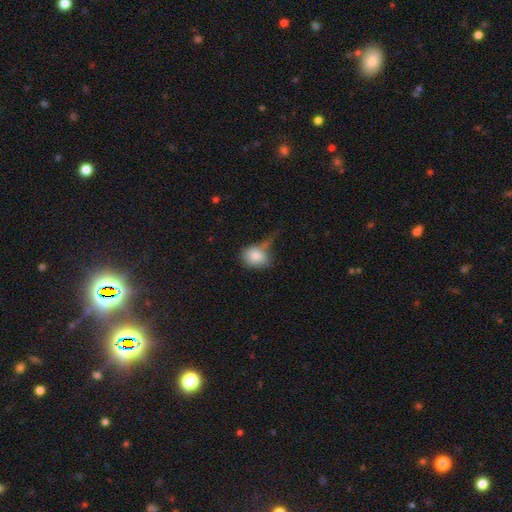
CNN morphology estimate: smooth_or_featured: smooth (p=0.79) [alt: featured or disk p=0.13]
how_rounded: in between (p=0.54) [alt: round p=0.45]
merging: minor disturbance (p=0.32) [alt: none p=0.31]